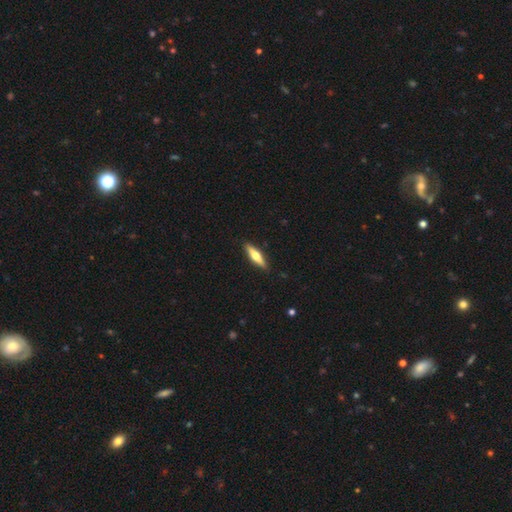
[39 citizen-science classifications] Volunteers were most divided on "smooth or featured": smooth: 49%, featured or disk: 46%, star or artifact: 5%. More confident: merging — none (89%); how rounded — cigar-shaped (74%).